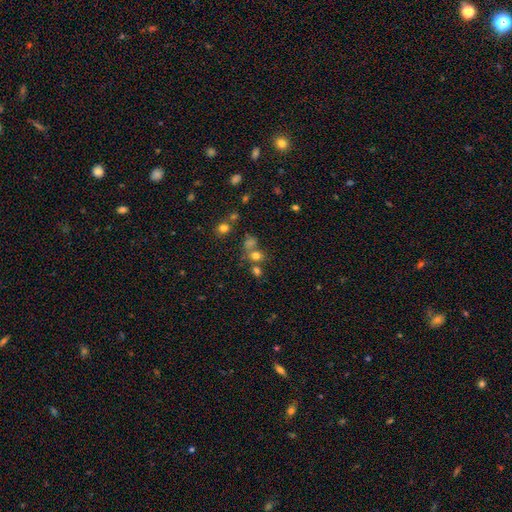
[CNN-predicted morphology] type=smooth (66%); roundness=round (70%); merging=none (49%).